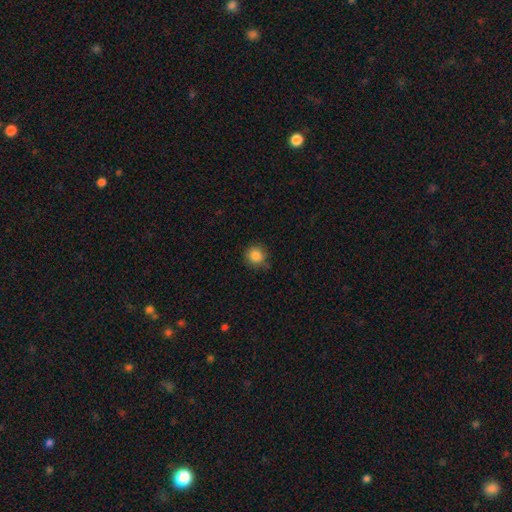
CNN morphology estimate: The model was most divided on "merging": none: 79%, minor disturbance: 17%, major disturbance: 3%, merger: 1%. More confident: how rounded — round (91%); smooth or featured — smooth (85%).